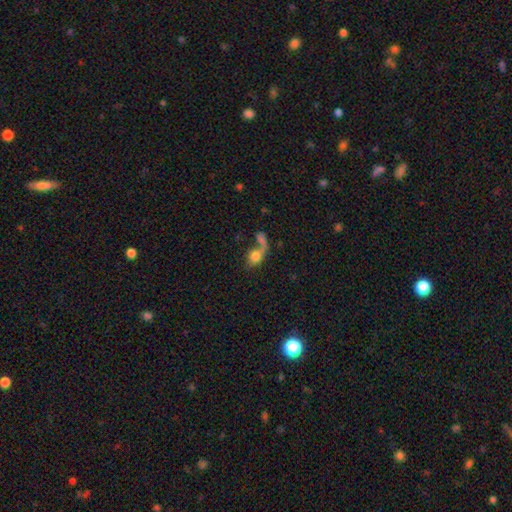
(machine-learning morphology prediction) Q: Smooth or featured?
A: smooth (67%); runner-up: featured or disk (23%)
Q: How rounded?
A: in between (51%); runner-up: round (45%)
Q: Merging?
A: merger (45%); runner-up: none (23%)